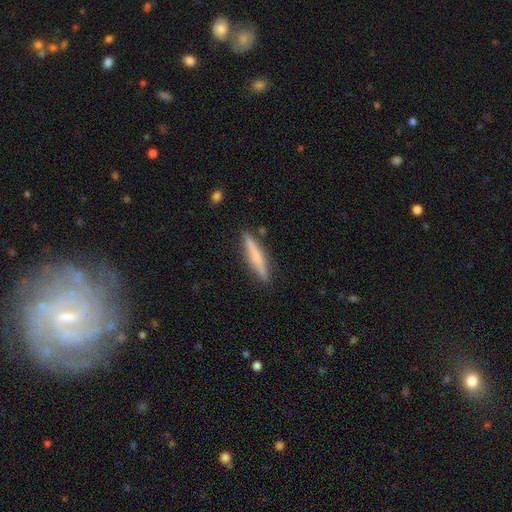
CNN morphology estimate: smooth-or-featured: smooth: 57% | featured or disk: 37% | star or artifact: 6%
  how-rounded: cigar-shaped: 93% | in between: 6% | round: 2%
  merging: none: 88% | minor disturbance: 8% | merger: 2% | major disturbance: 2%